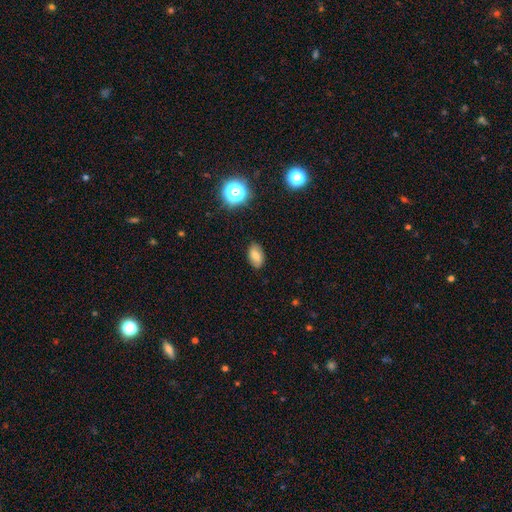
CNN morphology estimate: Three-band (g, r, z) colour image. It shows a smooth galaxy with no disk features (71%) that is in between round and cigar-shaped (90%). Merging: none (84%).